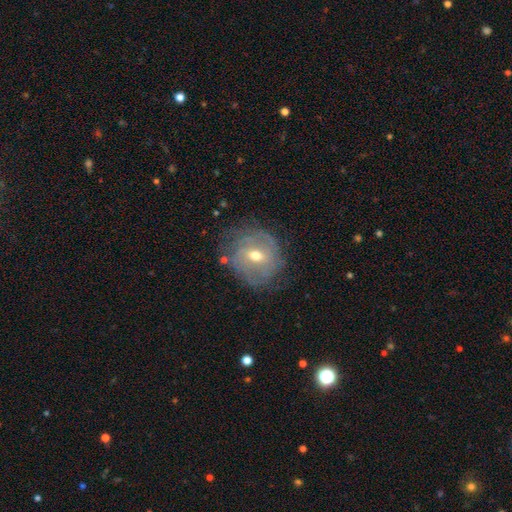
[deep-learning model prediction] This appears to be a featured or disk galaxy (68%) with a weak bar (49%), spiral arms (69%) and a moderate central bulge (66%). Merging: none (67%).